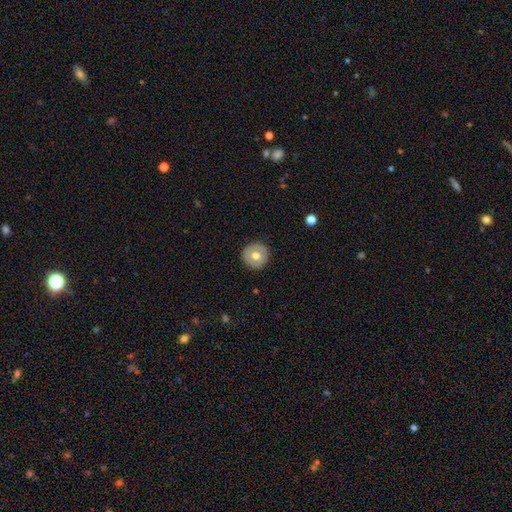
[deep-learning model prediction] Q: Smooth or featured?
A: smooth (60%); runner-up: featured or disk (33%)
Q: How rounded?
A: round (94%); runner-up: in between (5%)
Q: Merging?
A: none (89%); runner-up: minor disturbance (8%)